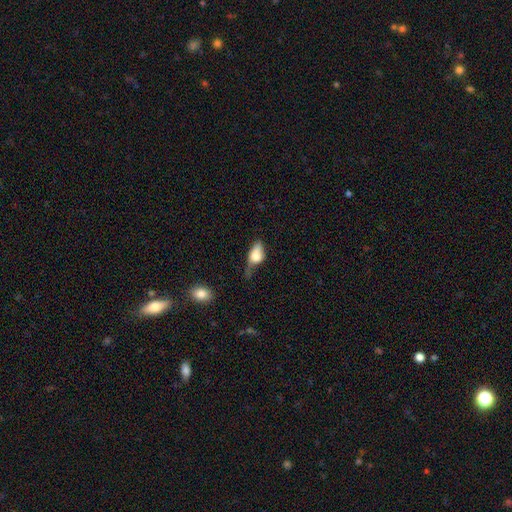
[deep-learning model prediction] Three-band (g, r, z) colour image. It shows a smooth galaxy with no disk features (70%) that is in between round and cigar-shaped (82%). Merging: minor disturbance (35%, tied with major disturbance).